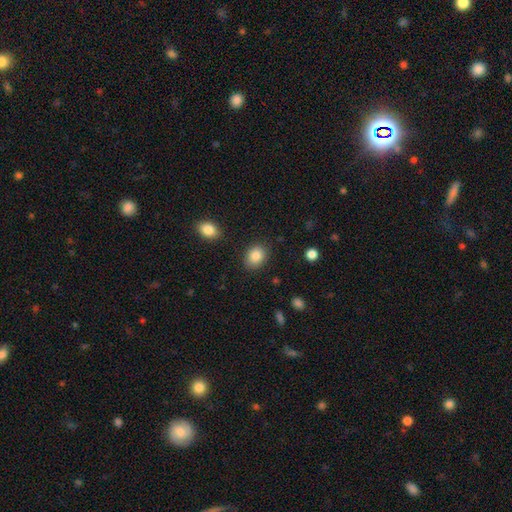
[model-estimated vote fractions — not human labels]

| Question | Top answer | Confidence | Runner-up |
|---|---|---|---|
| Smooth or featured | smooth | 86% | star or artifact (8%) |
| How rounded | in between | 57% | round (42%) |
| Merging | none | 86% | minor disturbance (10%) |